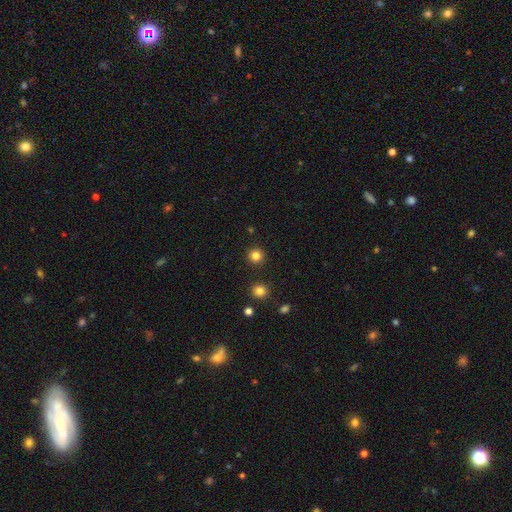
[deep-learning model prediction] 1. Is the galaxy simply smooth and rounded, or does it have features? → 82% smooth, 14% star or artifact, 4% featured or disk.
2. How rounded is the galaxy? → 95% round, 4% in between, 1% cigar-shaped.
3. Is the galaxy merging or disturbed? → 91% none, 5% minor disturbance, 2% merger, 2% major disturbance.